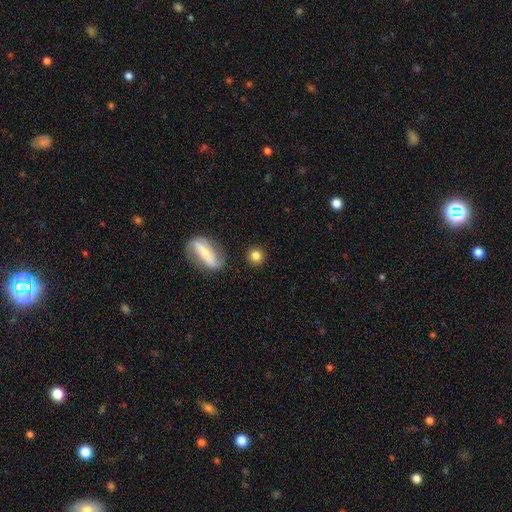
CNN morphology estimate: smooth 81%, featured or disk 10%, star or artifact 9%. Down the decision tree: how rounded — round (90%); merging — none (86%).